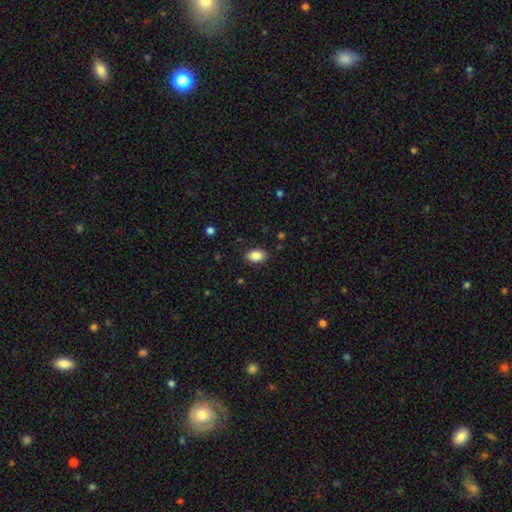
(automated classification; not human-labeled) The model was most divided on "merging": none: 88%, minor disturbance: 9%, major disturbance: 2%, merger: 1%. More confident: how rounded — in between (89%); smooth or featured — smooth (87%).